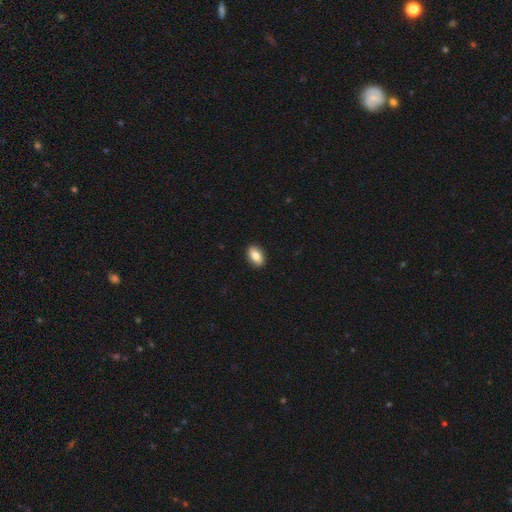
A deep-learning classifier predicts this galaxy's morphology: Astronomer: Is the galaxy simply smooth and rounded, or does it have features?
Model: smooth — 83%.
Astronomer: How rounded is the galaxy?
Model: in between — 89%.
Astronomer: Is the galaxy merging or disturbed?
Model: none — 91%.